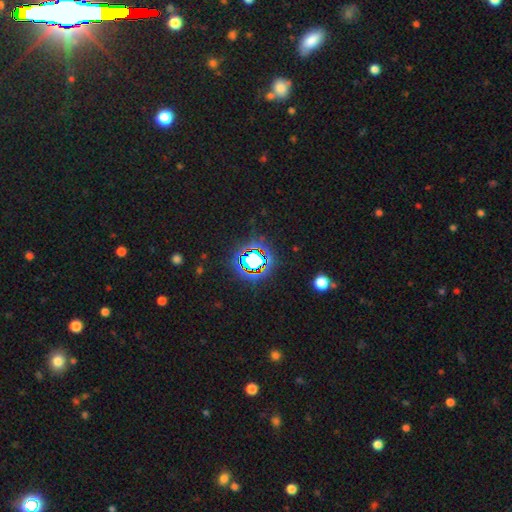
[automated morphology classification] This appears to be a star or artifact, not a galaxy (70%).